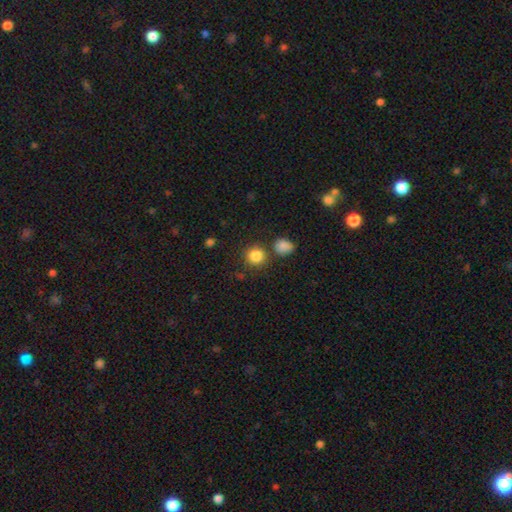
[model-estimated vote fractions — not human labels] A smooth galaxy with no disk features (85%) that is round (90%). Merging: none (77%).